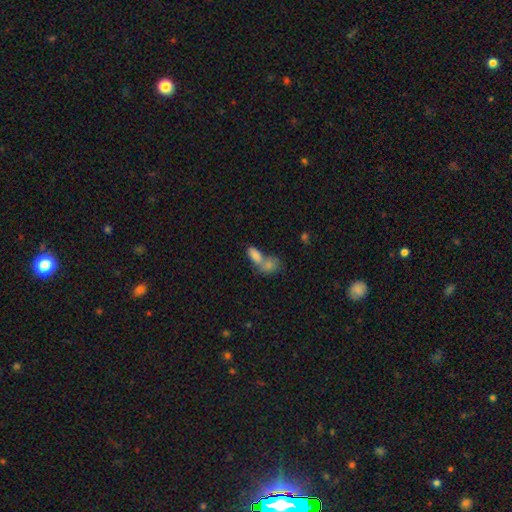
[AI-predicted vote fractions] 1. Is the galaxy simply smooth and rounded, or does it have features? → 79% smooth, 11% featured or disk, 10% star or artifact.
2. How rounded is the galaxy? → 87% in between, 7% round, 6% cigar-shaped.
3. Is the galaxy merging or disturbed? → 65% merger, 24% none, 7% minor disturbance, 4% major disturbance.